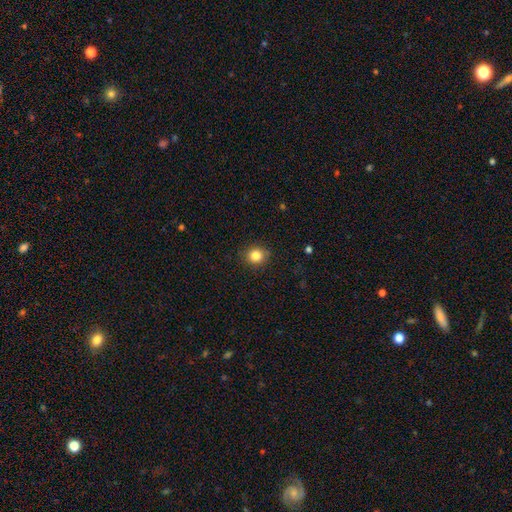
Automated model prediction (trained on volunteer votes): This is clearly a smooth galaxy (84%). How rounded: clearly round (85%). Merging: clearly none (88%).